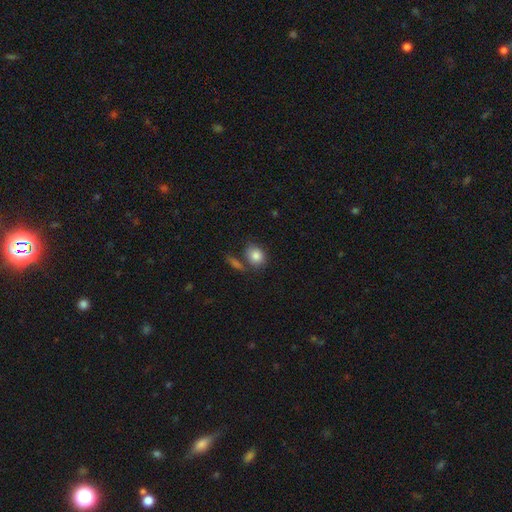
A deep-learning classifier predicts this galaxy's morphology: Smooth or featured?
  - smooth: 84% *
  - star or artifact: 8%
  - featured or disk: 7%
How rounded?
  - round: 54% *
  - in between: 44%
  - cigar-shaped: 2%
Merging?
  - none: 62% *
  - merger: 17%
  - minor disturbance: 16%
  - major disturbance: 6%